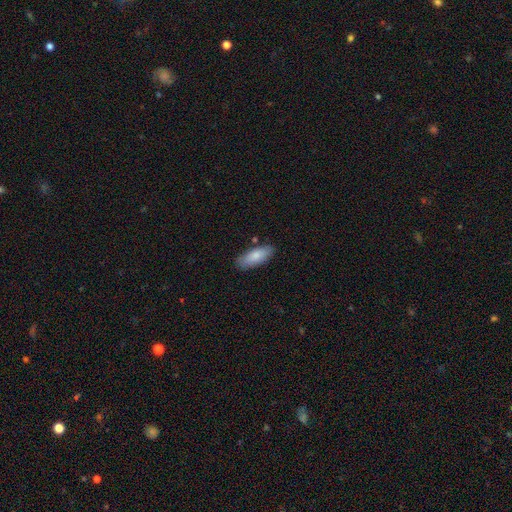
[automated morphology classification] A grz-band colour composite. It shows a smooth galaxy with no disk features (81%) that is in between round and cigar-shaped (73%). Merging: none (83%).